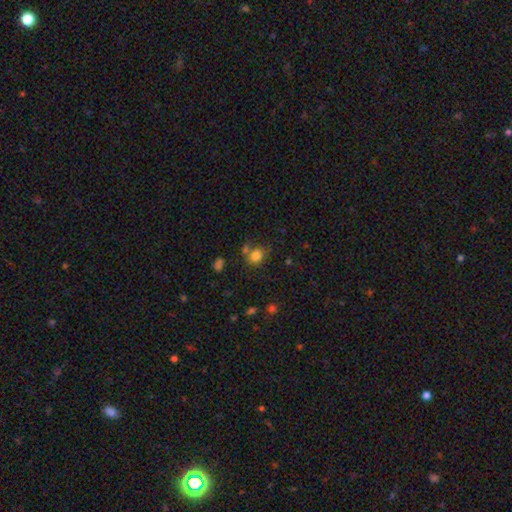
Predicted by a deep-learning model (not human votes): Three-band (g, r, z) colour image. It shows a smooth galaxy with no disk features (80%) that is round (58%). Merging: none (58%).